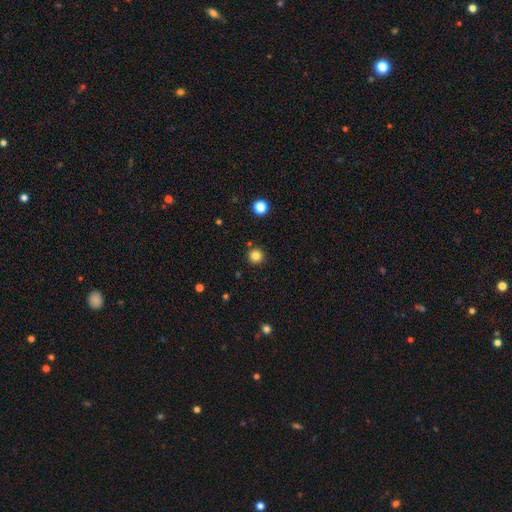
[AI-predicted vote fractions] A smooth galaxy with no disk features (82%) that is round (96%).

Vote fractions:
- Smooth or featured? smooth: 82% / star or artifact: 13% / featured or disk: 5%
- How rounded? round: 96% / in between: 3% / cigar-shaped: 1%
- Merging? none: 90% / minor disturbance: 6% / merger: 3% / major disturbance: 2%